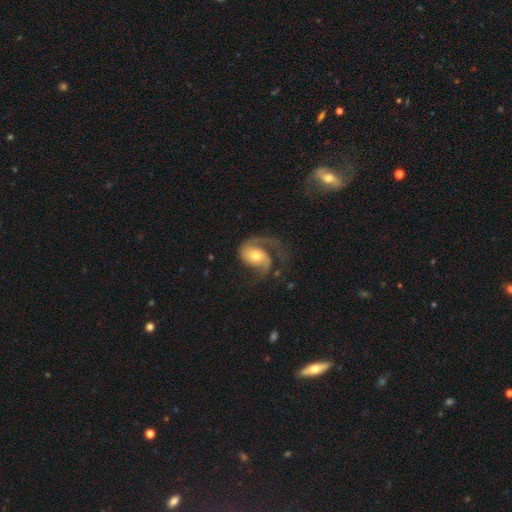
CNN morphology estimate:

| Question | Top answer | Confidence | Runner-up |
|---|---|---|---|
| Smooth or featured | featured or disk | 79% | smooth (15%) |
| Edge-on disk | no | 97% | yes (3%) |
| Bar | no | 59% | weak (30%) |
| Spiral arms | yes | 94% | no (6%) |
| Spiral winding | medium | 43% | loose (41%) |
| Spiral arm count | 2 | 57% | 1 (36%) |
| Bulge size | moderate | 68% | small (20%) |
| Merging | none | 47% | major disturbance (32%) |